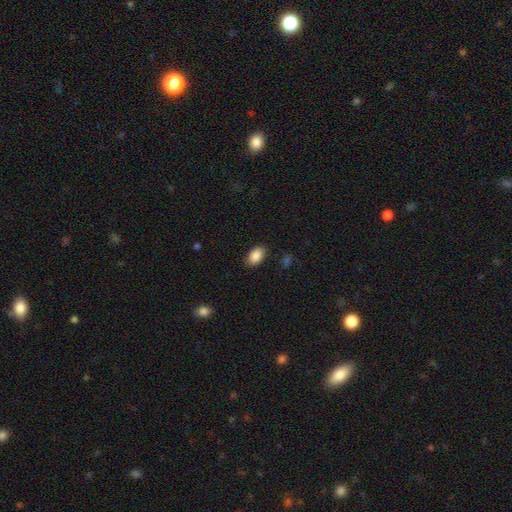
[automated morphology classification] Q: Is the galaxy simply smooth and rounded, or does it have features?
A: smooth — 88%.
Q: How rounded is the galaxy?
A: in between — 91%.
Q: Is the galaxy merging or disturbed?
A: none — 86%.